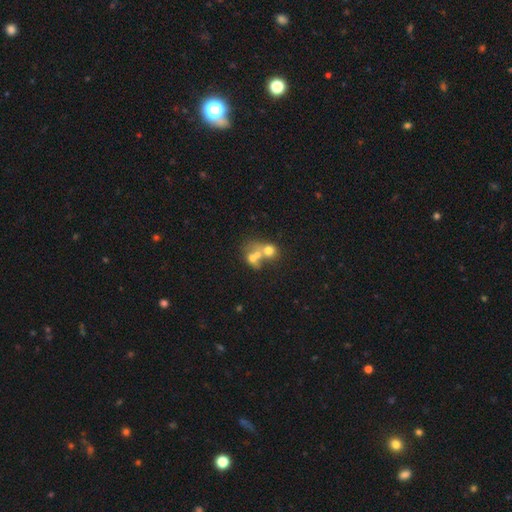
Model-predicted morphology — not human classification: Smooth or featured: smooth — 58% (featured or disk — 29%)
How rounded: round — 64% (in between — 35%)
Merging: merger — 67% (none — 21%)